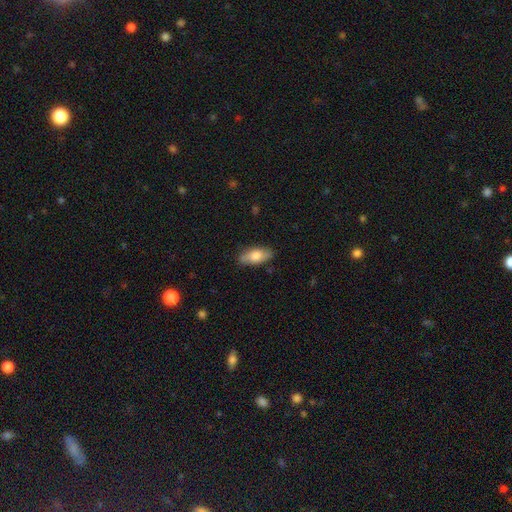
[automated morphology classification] The model was most divided on "smooth or featured": smooth: 74%, featured or disk: 20%, star or artifact: 6%. More confident: how rounded — in between (84%); merging — none (82%).